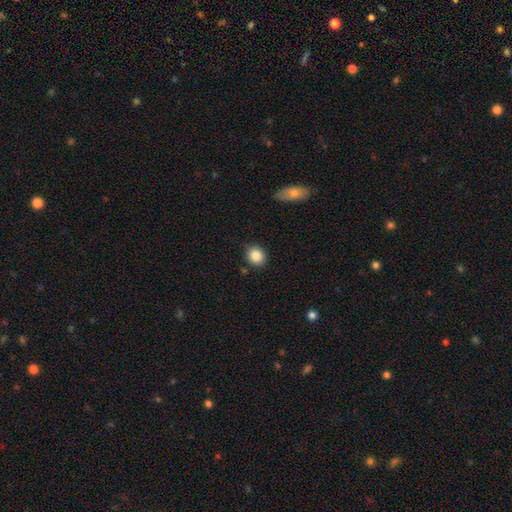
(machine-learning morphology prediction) This appears to be a smooth galaxy with no disk features (87%) that is round (75%). Merging: none (86%).